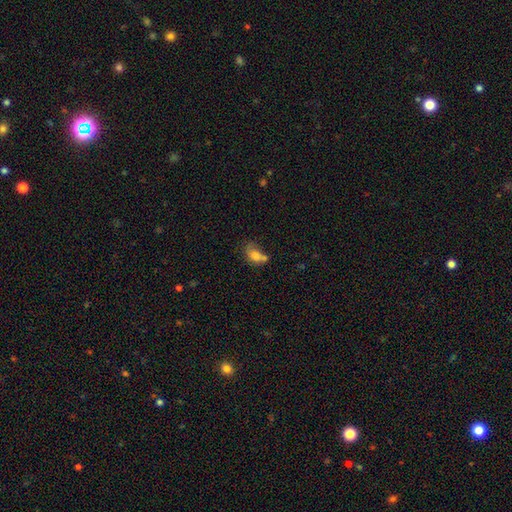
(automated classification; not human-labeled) Morphology: type=smooth (72%); roundness=in between (78%); merging=merger (28%, tied with none).